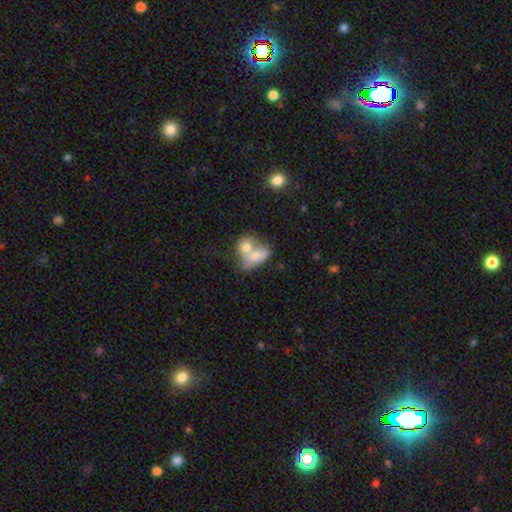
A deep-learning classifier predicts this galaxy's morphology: smooth 65%, featured or disk 27%, star or artifact 7%. Down the decision tree: how rounded — in between (68%); merging — merger (75%).